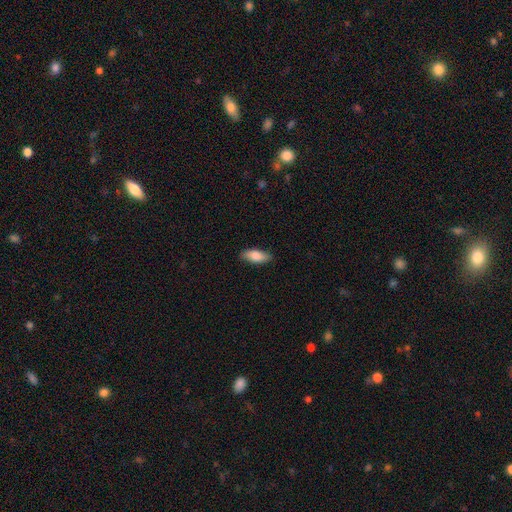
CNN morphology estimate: Smooth or featured: smooth — 81% (featured or disk — 12%)
How rounded: in between — 79% (cigar-shaped — 18%)
Merging: none — 86% (minor disturbance — 11%)